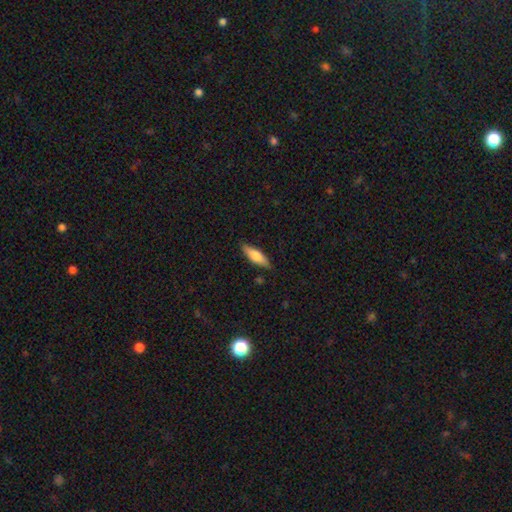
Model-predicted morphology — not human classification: A smooth galaxy with no disk features (68%) that is cigar-shaped (51%).

Vote fractions:
- Smooth or featured? smooth: 68% / featured or disk: 26% / star or artifact: 6%
- How rounded? cigar-shaped: 51% / in between: 47% / round: 2%
- Merging? none: 86% / minor disturbance: 11% / major disturbance: 2% / merger: 1%